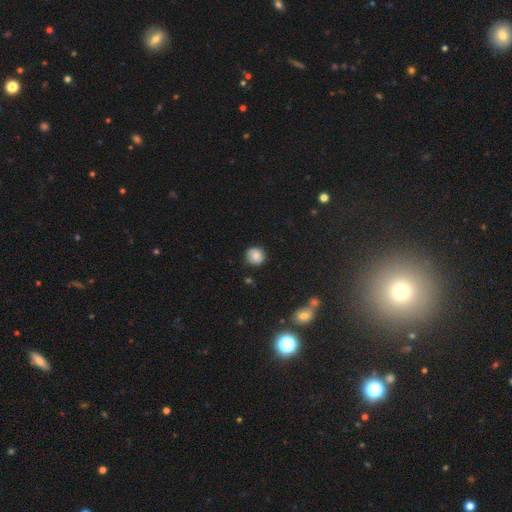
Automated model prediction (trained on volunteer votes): Q: Smooth or featured?
A: smooth (78%); runner-up: featured or disk (12%)
Q: How rounded?
A: round (90%); runner-up: in between (9%)
Q: Merging?
A: none (81%); runner-up: minor disturbance (14%)